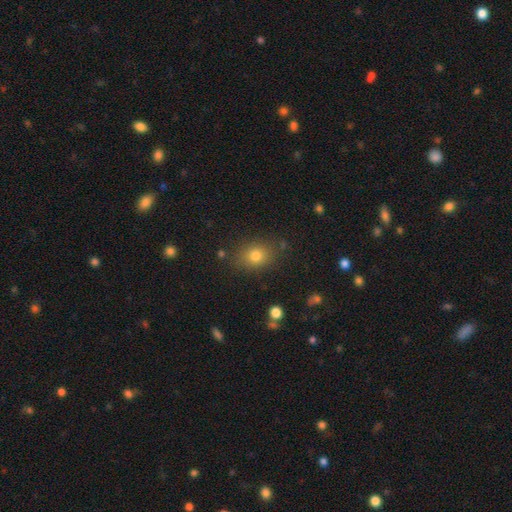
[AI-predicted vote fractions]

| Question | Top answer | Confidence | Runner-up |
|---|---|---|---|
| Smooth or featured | smooth | 77% | star or artifact (14%) |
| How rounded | in between | 51% | round (48%) |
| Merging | none | 82% | minor disturbance (12%) |